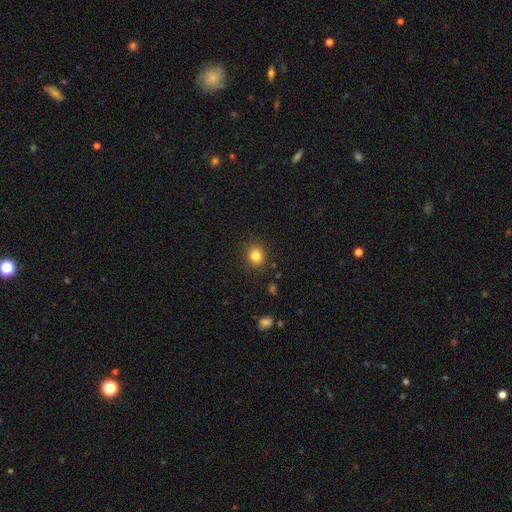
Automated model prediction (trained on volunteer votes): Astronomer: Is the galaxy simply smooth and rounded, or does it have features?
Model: smooth — 83%.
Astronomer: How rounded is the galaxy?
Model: round — 74%.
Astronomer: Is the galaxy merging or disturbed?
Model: none — 89%.